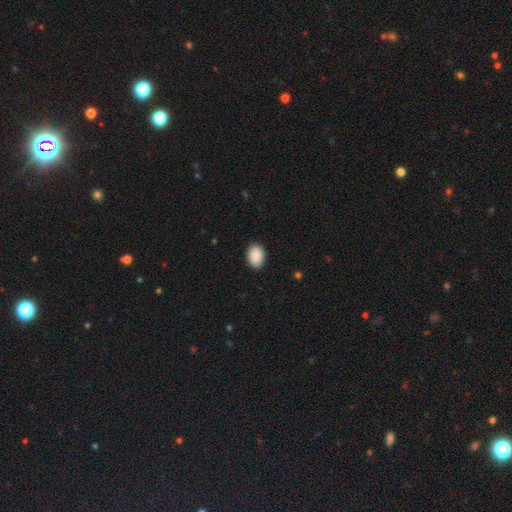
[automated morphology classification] The model was most divided on "how rounded": in between: 82%, round: 17%, cigar-shaped: 1%. More confident: smooth or featured — smooth (91%); merging — none (90%).